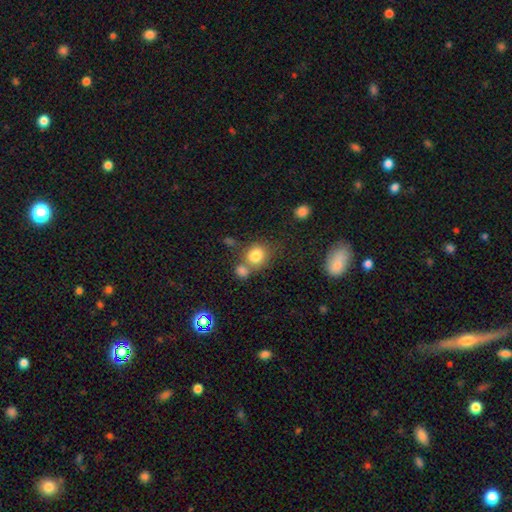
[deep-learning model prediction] Q: Smooth or featured?
A: smooth (80%); runner-up: star or artifact (12%)
Q: How rounded?
A: round (78%); runner-up: in between (21%)
Q: Merging?
A: none (52%); runner-up: merger (32%)